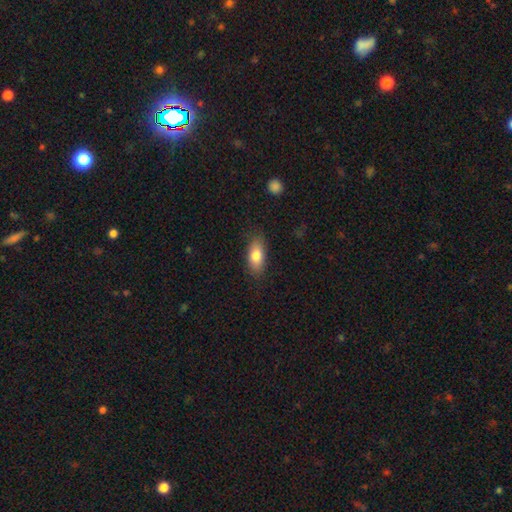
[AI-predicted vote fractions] Smooth or featured: smooth — 80% (featured or disk — 13%)
How rounded: in between — 86% (cigar-shaped — 9%)
Merging: none — 83% (minor disturbance — 13%)